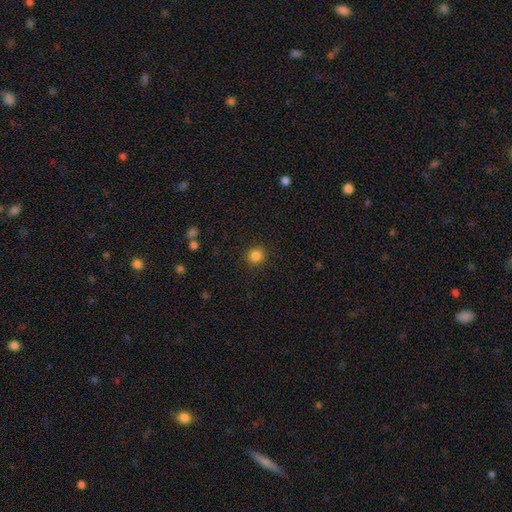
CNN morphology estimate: type=smooth (85%); roundness=round (91%); merging=none (91%).